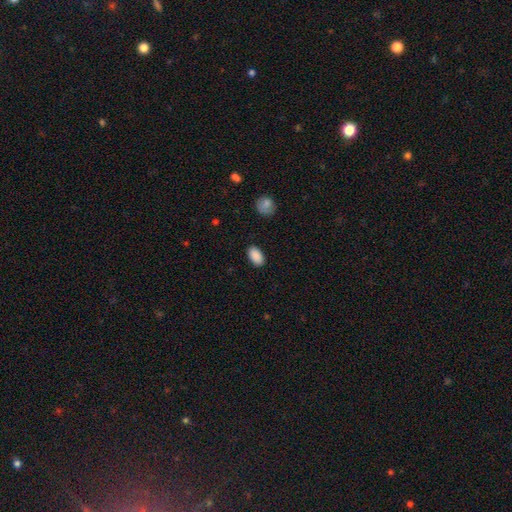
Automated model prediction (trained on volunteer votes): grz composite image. It shows a smooth galaxy with no disk features (90%) that is in between round and cigar-shaped (94%). Merging: none (88%).